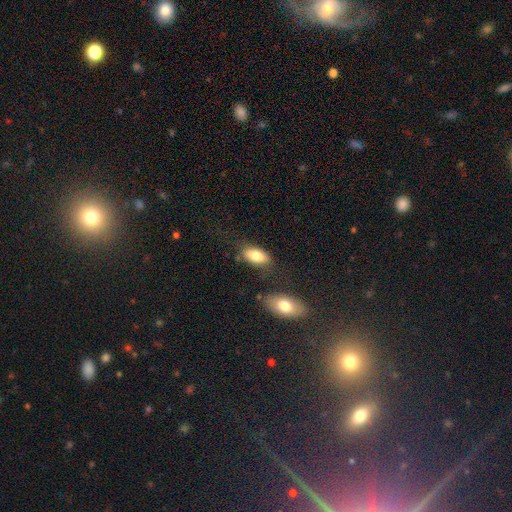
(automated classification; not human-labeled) Overall: smooth (80%). How rounded: in between (90%). Merging: none (70%).